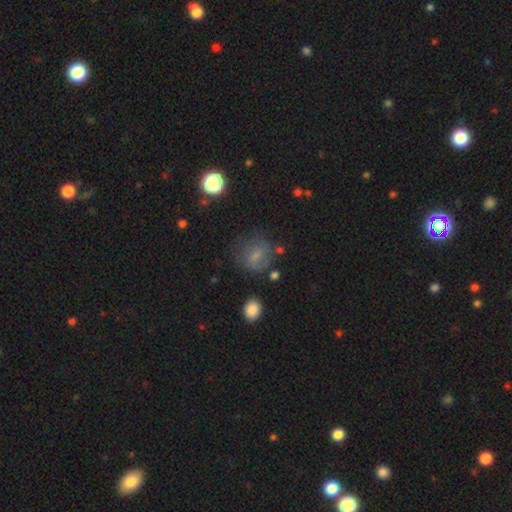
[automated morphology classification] A smooth galaxy with no disk features (66%) that is round (66%).

Vote fractions:
- Smooth or featured? smooth: 66% / featured or disk: 20% / star or artifact: 15%
- How rounded? round: 66% / in between: 33% / cigar-shaped: 2%
- Merging? none: 60% / minor disturbance: 22% / major disturbance: 15% / merger: 4%